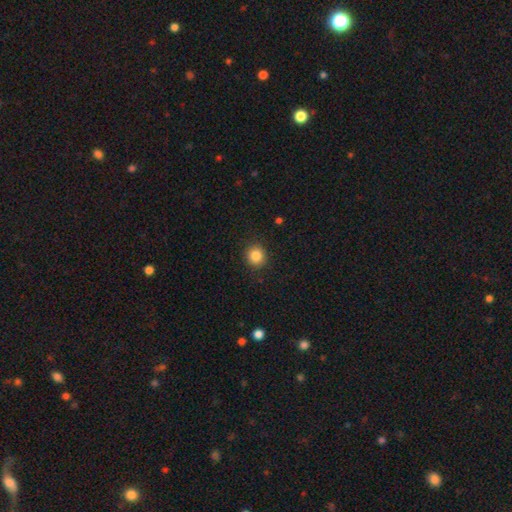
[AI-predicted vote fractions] Morphology: type=smooth (84%); roundness=round (88%); merging=none (90%).